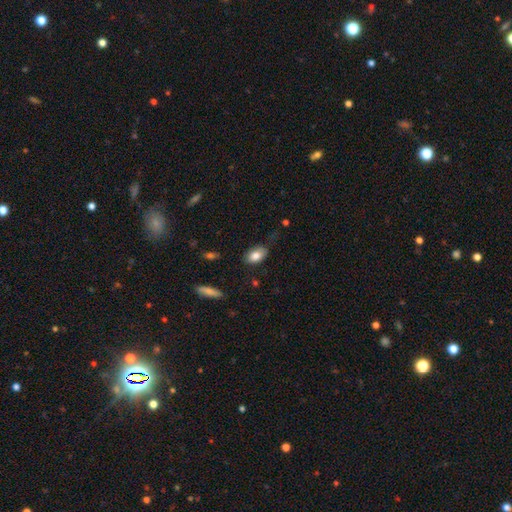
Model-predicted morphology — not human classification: Overall: smooth (82%). How rounded: in between (89%). Merging: none (68%).